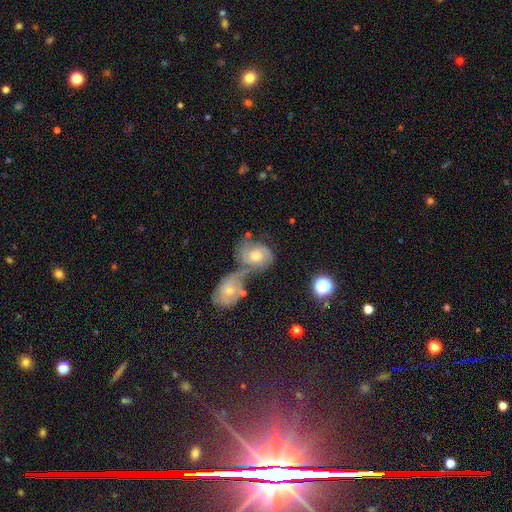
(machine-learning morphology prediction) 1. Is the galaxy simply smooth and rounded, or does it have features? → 61% featured or disk, 29% smooth, 10% star or artifact.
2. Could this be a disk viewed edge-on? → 96% no, 4% yes.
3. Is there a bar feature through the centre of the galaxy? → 72% no, 24% weak, 5% strong.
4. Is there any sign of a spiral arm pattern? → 83% yes, 17% no.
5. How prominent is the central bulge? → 66% moderate, 21% small, 10% large, 2% none, 2% dominant.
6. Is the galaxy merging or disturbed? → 57% merger, 24% none, 11% minor disturbance, 9% major disturbance.